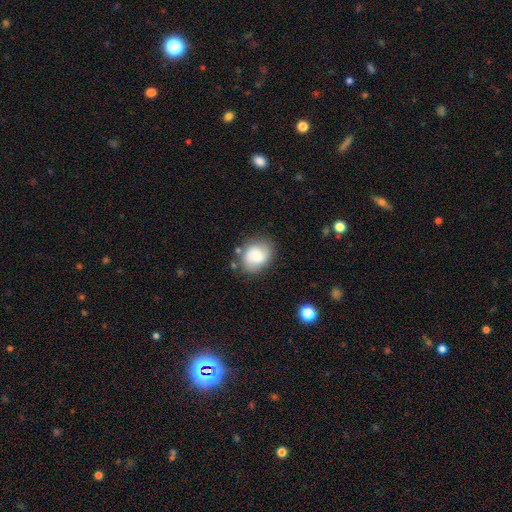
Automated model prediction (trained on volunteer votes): smooth-or-featured: smooth: 63% | featured or disk: 28% | star or artifact: 9%
  how-rounded: round: 54% | in between: 45% | cigar-shaped: 1%
  merging: none: 71% | minor disturbance: 19% | major disturbance: 6% | merger: 4%